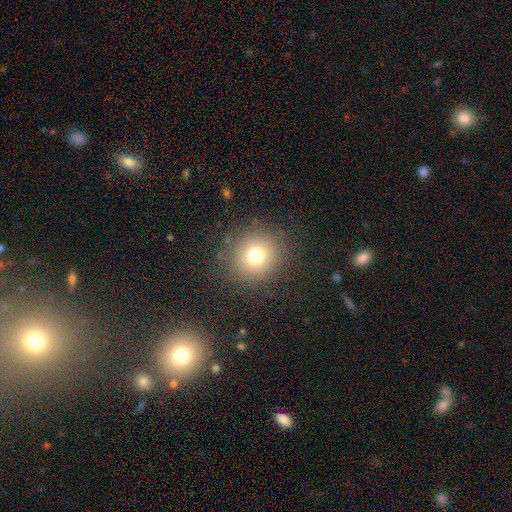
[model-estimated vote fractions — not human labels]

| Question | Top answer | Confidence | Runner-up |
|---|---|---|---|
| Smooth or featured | smooth | 73% | star or artifact (16%) |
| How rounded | round | 93% | in between (6%) |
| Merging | none | 87% | minor disturbance (8%) |